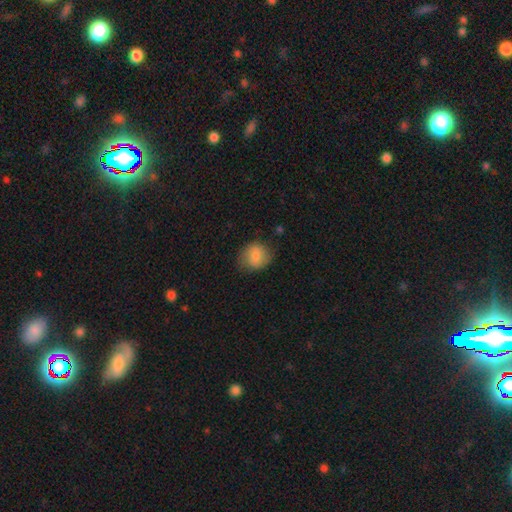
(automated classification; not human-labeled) smooth 81%, featured or disk 11%, star or artifact 8%. Down the decision tree: how rounded — round (66%); merging — none (72%).